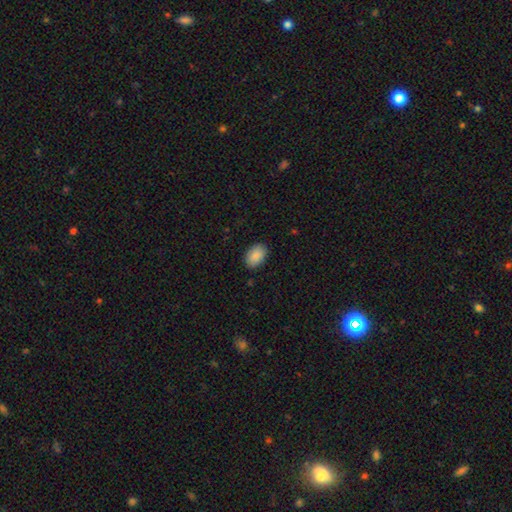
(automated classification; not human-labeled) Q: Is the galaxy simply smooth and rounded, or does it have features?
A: smooth — 89%.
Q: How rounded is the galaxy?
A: in between — 88%.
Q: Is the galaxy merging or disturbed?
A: none — 88%.